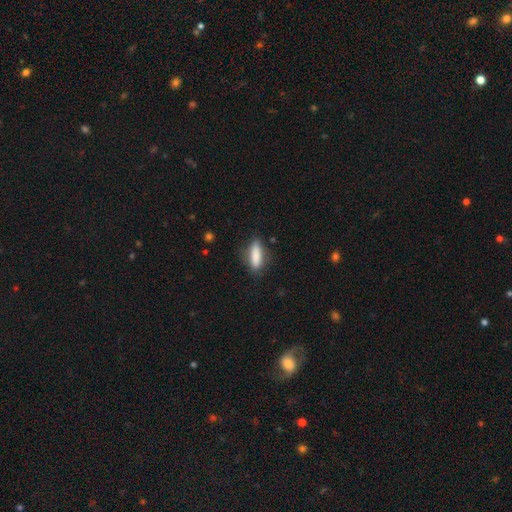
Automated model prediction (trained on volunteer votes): Smooth or featured? smooth (84%)
How rounded? cigar-shaped (51%)
Merging? none (79%)